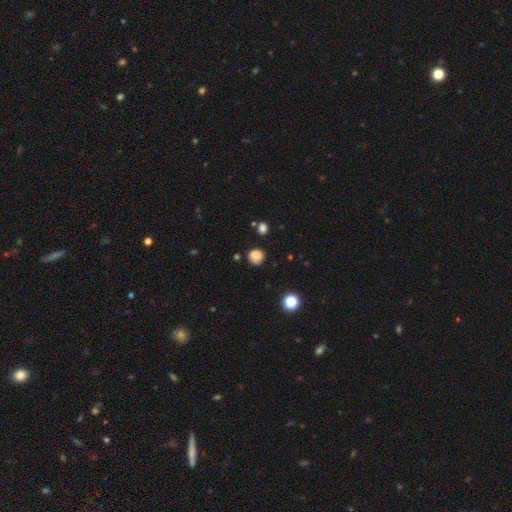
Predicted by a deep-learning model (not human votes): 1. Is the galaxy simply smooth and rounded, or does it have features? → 82% smooth, 13% star or artifact, 5% featured or disk.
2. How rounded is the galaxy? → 87% round, 12% in between, 1% cigar-shaped.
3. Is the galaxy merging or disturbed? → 79% none, 14% minor disturbance, 4% major disturbance, 3% merger.